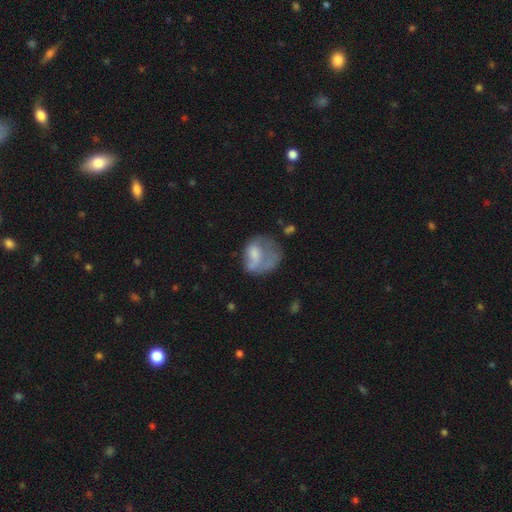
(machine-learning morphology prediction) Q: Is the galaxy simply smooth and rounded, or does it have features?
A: smooth — 58%.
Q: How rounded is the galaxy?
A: round — 54%.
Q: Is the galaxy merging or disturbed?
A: major disturbance — 42%.